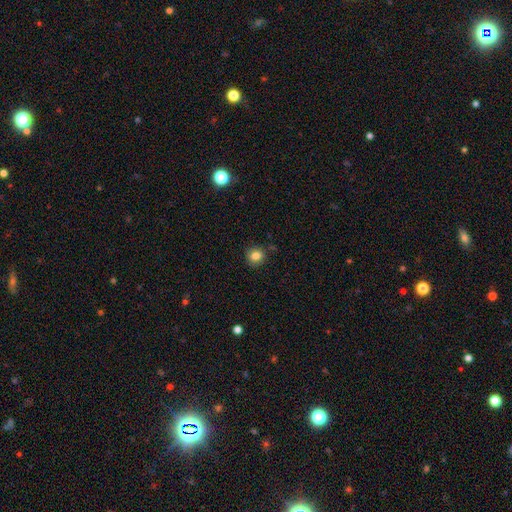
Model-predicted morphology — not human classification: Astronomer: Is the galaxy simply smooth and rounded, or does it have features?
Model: smooth — 83%.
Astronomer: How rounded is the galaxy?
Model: round — 79%.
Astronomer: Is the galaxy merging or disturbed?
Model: none — 84%.